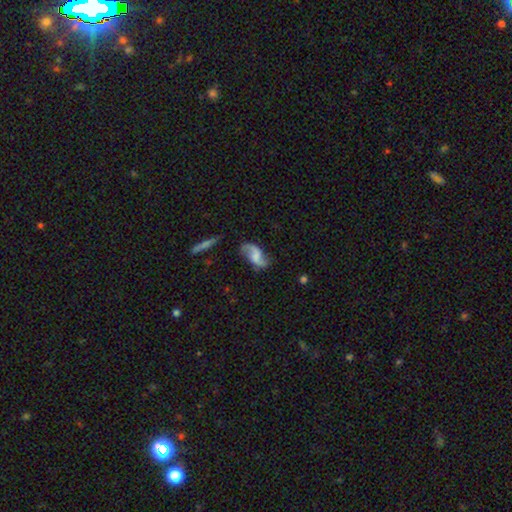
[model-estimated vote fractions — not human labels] smooth_or_featured: featured or disk (p=0.76) [alt: smooth p=0.17]
disk_edge_on: no (p=0.96) [alt: yes p=0.04]
bar: no (p=0.47) [alt: weak p=0.41]
has_spiral_arms: yes (p=0.94) [alt: no p=0.06]
spiral_winding: loose (p=0.80) [alt: medium p=0.16]
spiral_arm_count: 2 (p=0.92) [alt: 1 p=0.02]
bulge_size: none (p=0.50) [alt: small p=0.21]
merging: none (p=0.71) [alt: minor disturbance p=0.18]